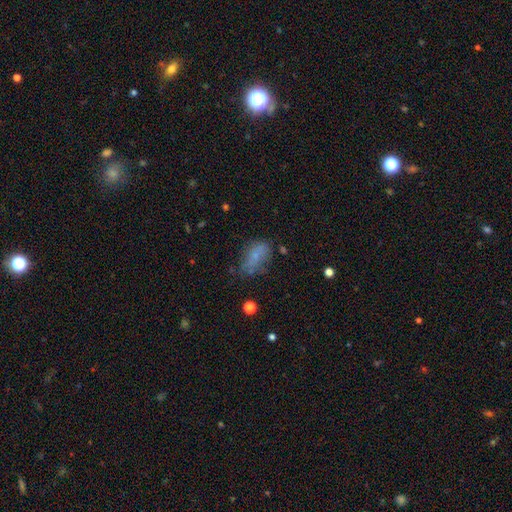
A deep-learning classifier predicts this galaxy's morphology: A smooth galaxy with no disk features (65%) that is in between round and cigar-shaped (86%). Merging: none (48%).